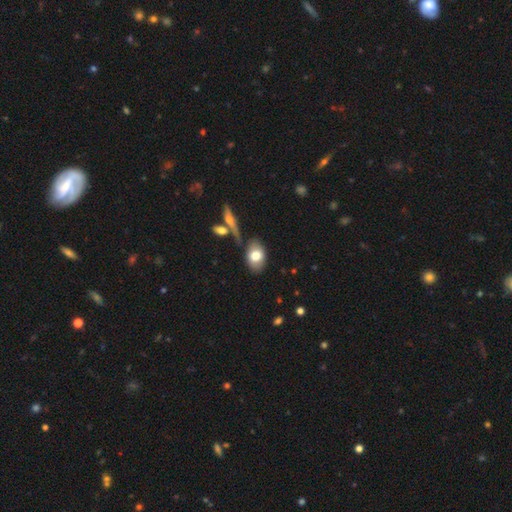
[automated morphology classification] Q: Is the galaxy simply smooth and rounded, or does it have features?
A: smooth — 73%.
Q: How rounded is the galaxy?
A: in between — 87%.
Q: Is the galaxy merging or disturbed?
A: none — 71%.